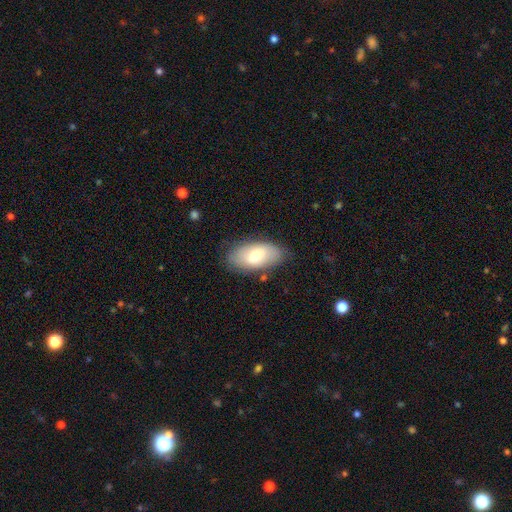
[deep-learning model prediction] Smooth or featured: smooth — 67% (featured or disk — 26%)
How rounded: in between — 94% (round — 3%)
Merging: none — 78% (minor disturbance — 16%)